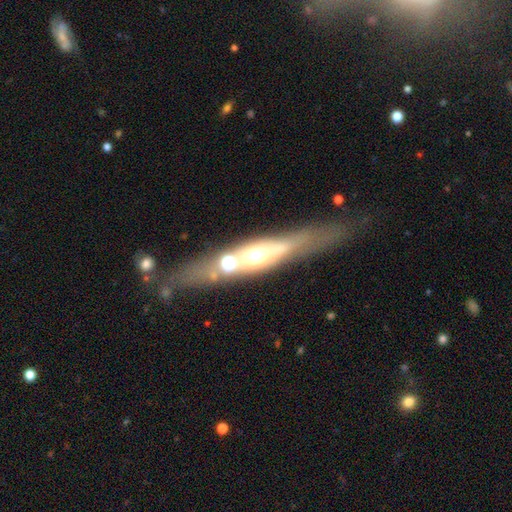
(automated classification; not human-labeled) smooth_or_featured: featured or disk (p=0.61) [alt: smooth p=0.30]
disk_edge_on: yes (p=0.77) [alt: no p=0.23]
merging: none (p=0.71) [alt: minor disturbance p=0.13]